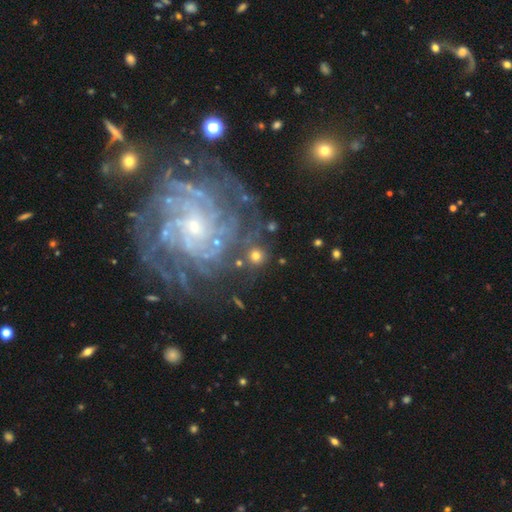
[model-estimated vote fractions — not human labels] Morphology: type=smooth (55%); roundness=round (89%); merging=none (78%).